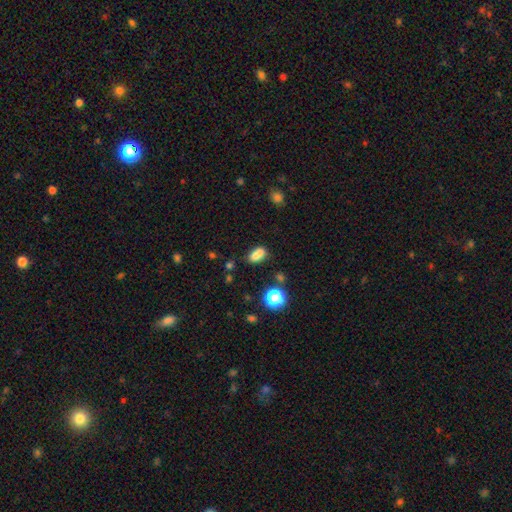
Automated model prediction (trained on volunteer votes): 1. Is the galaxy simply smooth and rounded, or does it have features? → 77% smooth, 13% star or artifact, 10% featured or disk.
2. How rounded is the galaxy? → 78% in between, 18% round, 4% cigar-shaped.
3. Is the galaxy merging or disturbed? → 49% none, 30% merger, 16% minor disturbance, 6% major disturbance.